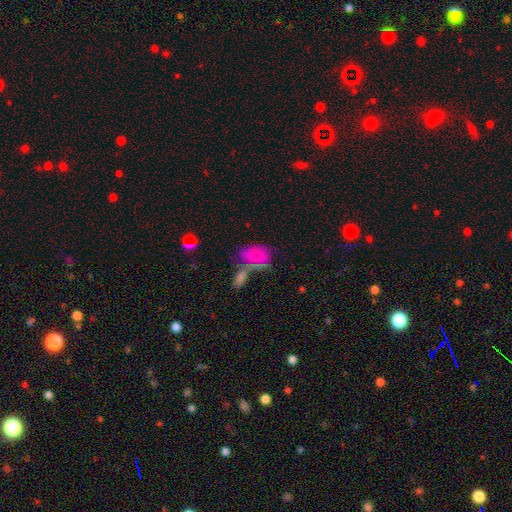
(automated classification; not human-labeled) Smooth or featured? Predicted: smooth (p=0.71). How rounded? Predicted: in between (p=0.88). Merging? Predicted: merger (p=0.46).